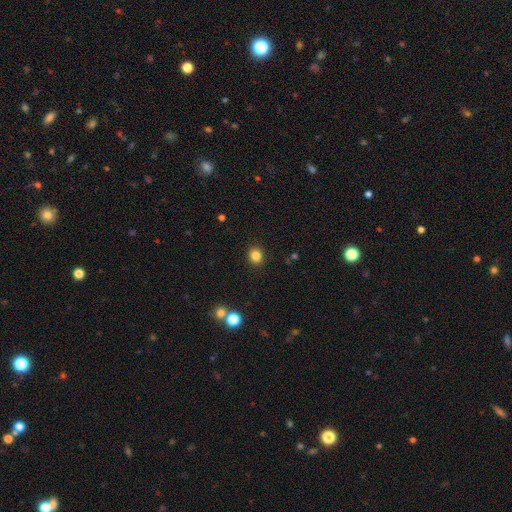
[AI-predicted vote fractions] This appears to be a smooth galaxy with no disk features (83%) that is round (76%). Merging: none (91%).